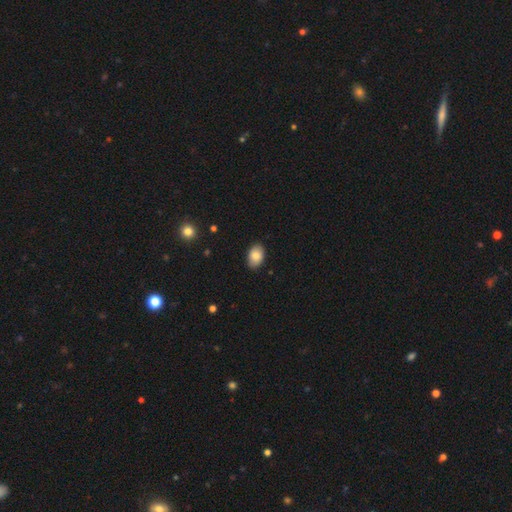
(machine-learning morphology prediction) type=smooth (85%); roundness=in between (88%); merging=none (86%).